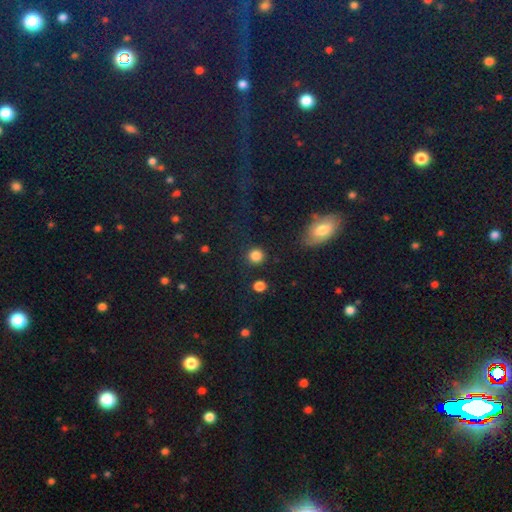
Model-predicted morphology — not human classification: Overall: smooth (85%). How rounded: round (91%). Merging: none (87%).